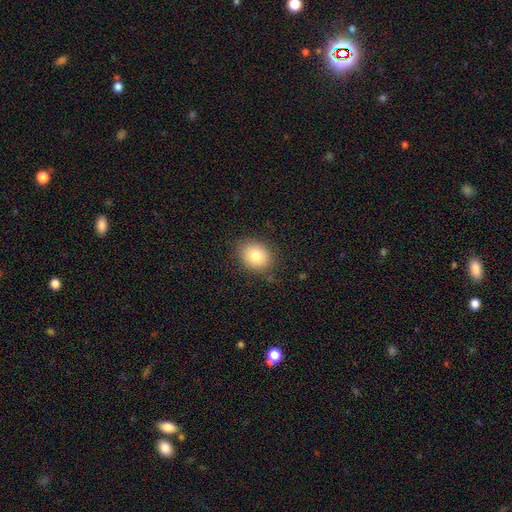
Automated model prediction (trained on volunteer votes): Smooth or featured? Predicted: smooth (p=0.81). How rounded? Predicted: round (p=0.53). Merging? Predicted: none (p=0.83).